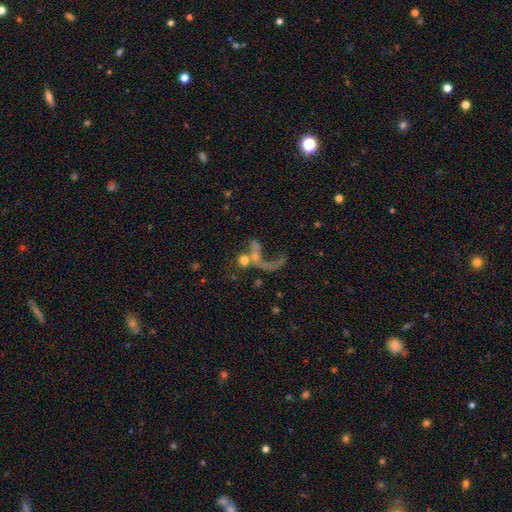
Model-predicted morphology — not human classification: smooth-or-featured: featured or disk: 54% | smooth: 27% | star or artifact: 19%
  disk-edge-on: no: 94% | yes: 6%
    bar: no: 74% | weak: 18% | strong: 8%
    has-spiral-arms: yes: 50% (tied) | no: 50% (tied)
    bulge-size: small: 35% | none: 29% | moderate: 25% | large: 7% | dominant: 4%
  merging: merger: 44% | major disturbance: 28% | none: 21% | minor disturbance: 8%